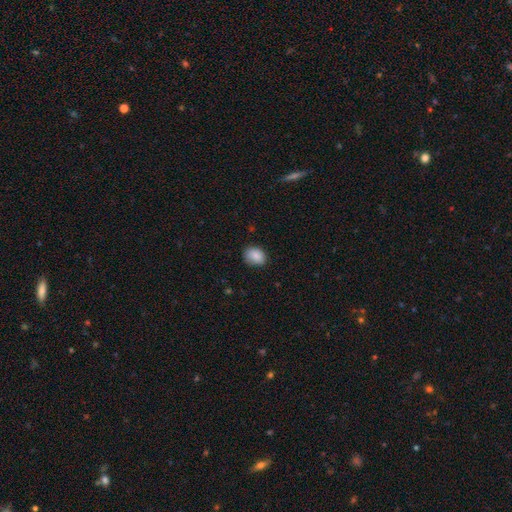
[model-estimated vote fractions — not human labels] Smooth or featured? smooth (88%)
How rounded? in between (58%)
Merging? none (80%)